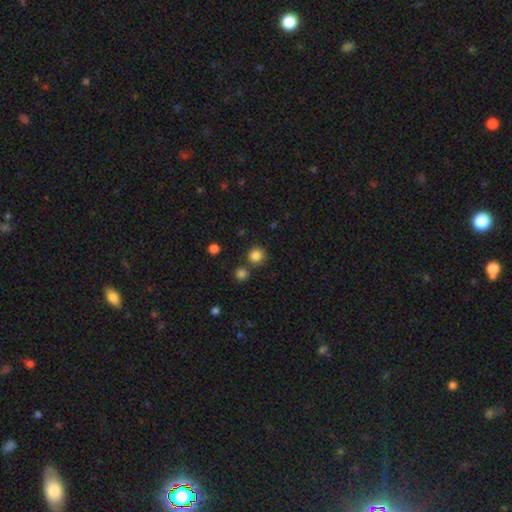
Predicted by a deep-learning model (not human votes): A smooth galaxy with no disk features (84%) that is round (94%). Merging: none (78%).